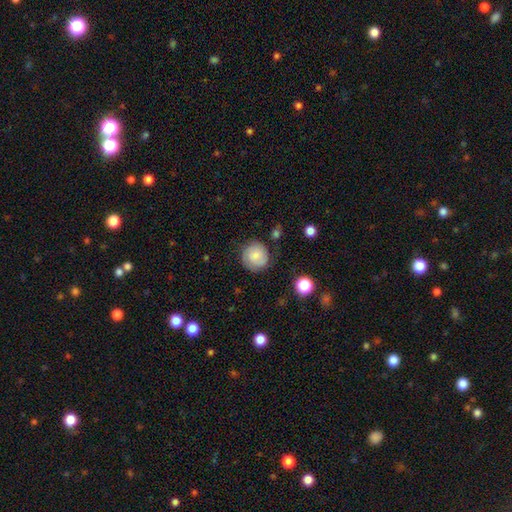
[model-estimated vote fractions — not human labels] Smooth or featured?
  - smooth: 76% *
  - featured or disk: 16%
  - star or artifact: 8%
How rounded?
  - round: 93% *
  - in between: 6%
  - cigar-shaped: 1%
Merging?
  - none: 79% *
  - minor disturbance: 15%
  - major disturbance: 4%
  - merger: 2%